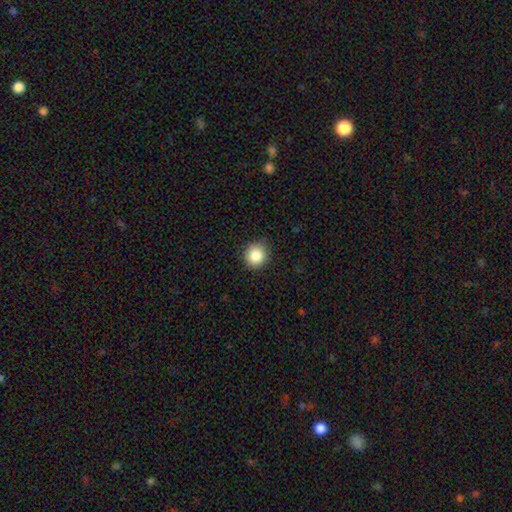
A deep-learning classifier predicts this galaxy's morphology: Q: Smooth or featured?
A: smooth (85%); runner-up: star or artifact (10%)
Q: How rounded?
A: round (89%); runner-up: in between (10%)
Q: Merging?
A: none (86%); runner-up: minor disturbance (10%)